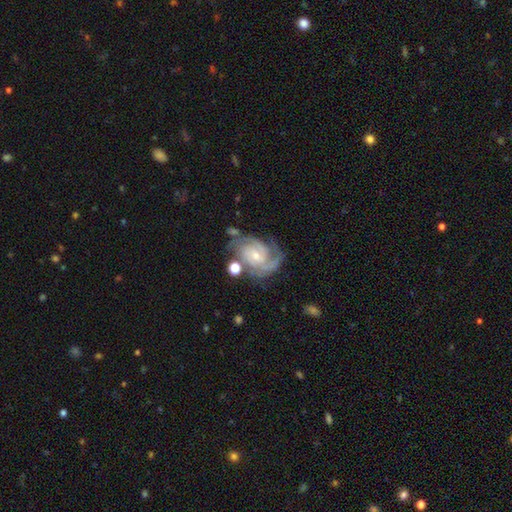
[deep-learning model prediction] Smooth or featured?
  - featured or disk: 89% *
  - smooth: 6%
  - star or artifact: 5%
Edge-on disk?
  - no: 97% *
  - yes: 3%
Bar?
  - no: 53% *
  - weak: 39%
  - strong: 8%
Spiral arms?
  - yes: 97% *
  - no: 3%
Spiral winding?
  - tight: 58% *
  - medium: 35%
  - loose: 6%
Spiral arm count?
  - 3: 35% *
  - 2: 31%
  - can't tell: 16%
  - 4: 9%
  - 1: 5%
  - more than 4: 4%
Bulge size?
  - small: 63% *
  - moderate: 31%
  - none: 3%
  - large: 2%
  - dominant: 1%
Merging?
  - none: 64% *
  - minor disturbance: 19%
  - major disturbance: 10%
  - merger: 7%